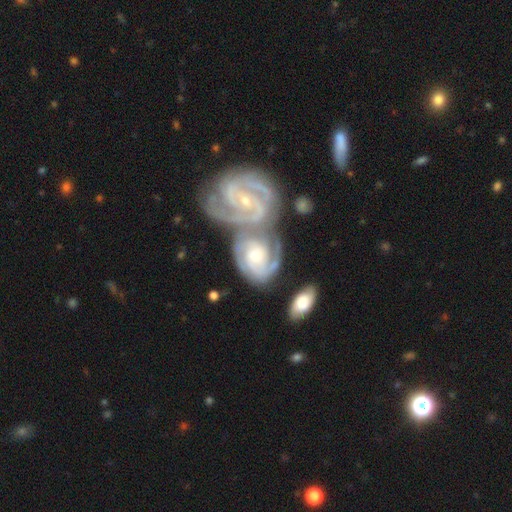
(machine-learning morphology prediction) smooth_or_featured: featured or disk (p=0.87) [alt: smooth p=0.09]
disk_edge_on: no (p=0.97) [alt: yes p=0.03]
bar: no (p=0.62) [alt: weak p=0.28]
has_spiral_arms: yes (p=0.97) [alt: no p=0.03]
spiral_winding: tight (p=0.63) [alt: medium p=0.32]
spiral_arm_count: 3 (p=0.39) [alt: 2 p=0.31]
bulge_size: small (p=0.61) [alt: moderate p=0.35]
merging: merger (p=0.65) [alt: none p=0.21]